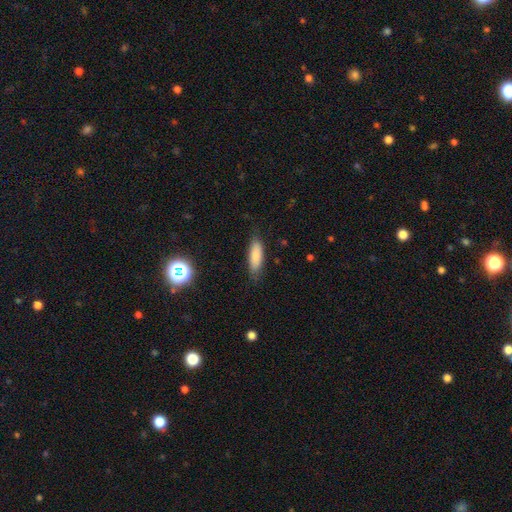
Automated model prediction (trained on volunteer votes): smooth-or-featured: smooth: 81% | featured or disk: 11% | star or artifact: 7%
  how-rounded: in between: 55% | cigar-shaped: 43% | round: 2%
  merging: none: 79% | minor disturbance: 16% | major disturbance: 4% | merger: 1%